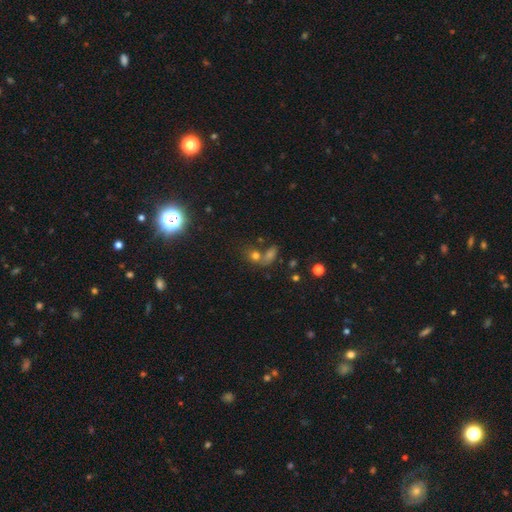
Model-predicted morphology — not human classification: Smooth or featured: smooth — 50% (star or artifact — 34%)
How rounded: round — 53% (in between — 41%)
Merging: merger — 46% (none — 38%)